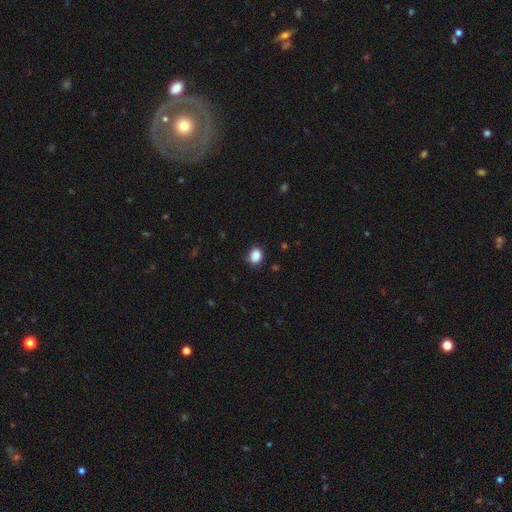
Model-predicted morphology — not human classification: Smooth or featured: smooth — 87% (star or artifact — 10%)
How rounded: round — 56% (in between — 43%)
Merging: none — 74% (minor disturbance — 20%)